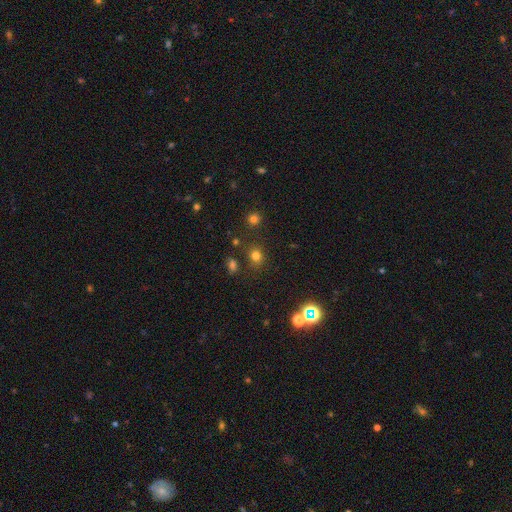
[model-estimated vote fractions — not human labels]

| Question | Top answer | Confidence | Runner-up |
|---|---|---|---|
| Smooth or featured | smooth | 74% | star or artifact (20%) |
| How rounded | round | 70% | in between (29%) |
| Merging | none | 79% | minor disturbance (11%) |